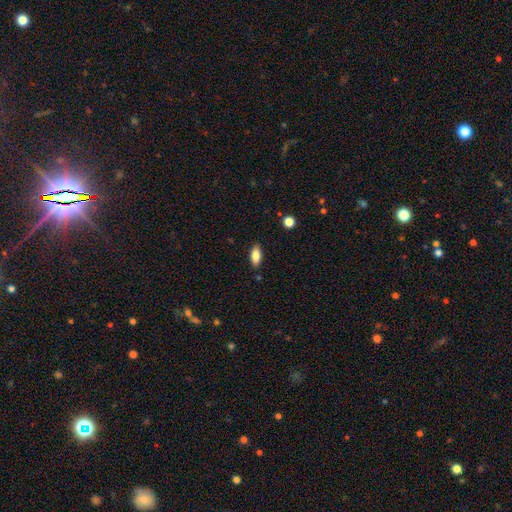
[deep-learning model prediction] This is clearly a smooth galaxy (82%). How rounded: clearly in between (84%). Merging: clearly none (86%).